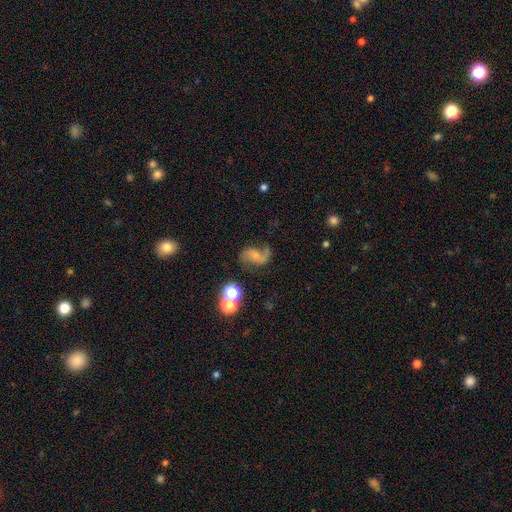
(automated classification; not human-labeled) A featured or disk galaxy (76%) with no bar (53%), 2 (86%) loose (63%) spiral arms (95%) and a small central bulge (48%).

Vote fractions:
- Smooth or featured? featured or disk: 76% / smooth: 13% / star or artifact: 11%
- Edge-on disk? no: 98% / yes: 2%
- Bar? no: 53% / weak: 35% / strong: 11%
- Spiral arms? yes: 95% / no: 5%
- Spiral winding? loose: 63% / medium: 31% / tight: 7%
- Spiral arm count? 2: 86% / 1: 9% / can't tell: 3% / 3: 1% / 4: 1% / more than 4: 1%
- Bulge size? small: 48% / moderate: 24% / none: 22% / large: 4% / dominant: 2%
- Merging? none: 58% / minor disturbance: 20% / major disturbance: 16% / merger: 6%